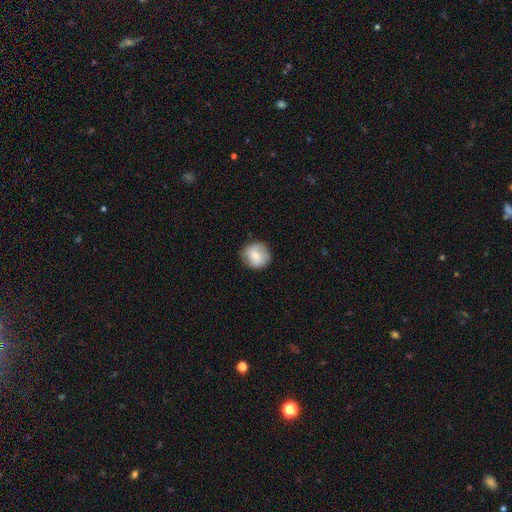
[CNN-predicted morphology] Q: Smooth or featured?
A: smooth (68%); runner-up: featured or disk (25%)
Q: How rounded?
A: round (89%); runner-up: in between (10%)
Q: Merging?
A: none (82%); runner-up: minor disturbance (13%)